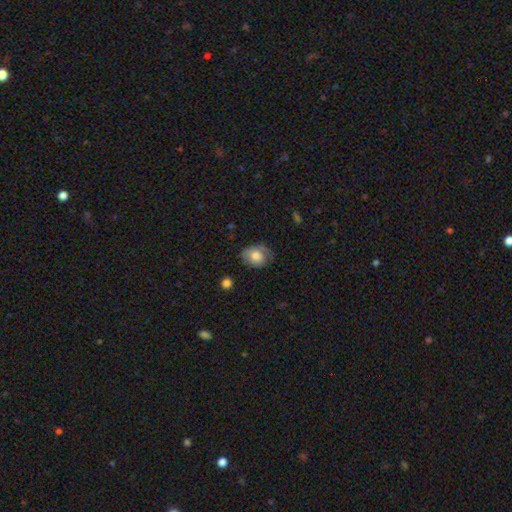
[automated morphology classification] smooth 72%, featured or disk 20%, star or artifact 8%. Down the decision tree: how rounded — in between (58%); merging — none (60%).